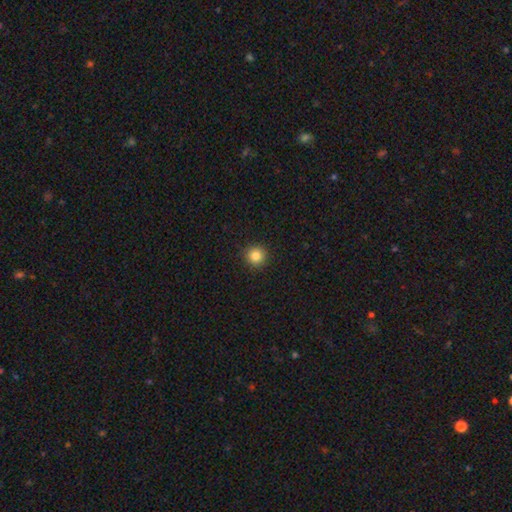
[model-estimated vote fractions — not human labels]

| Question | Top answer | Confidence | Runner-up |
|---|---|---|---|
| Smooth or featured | smooth | 84% | star or artifact (11%) |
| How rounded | round | 95% | in between (4%) |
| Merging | none | 92% | minor disturbance (5%) |